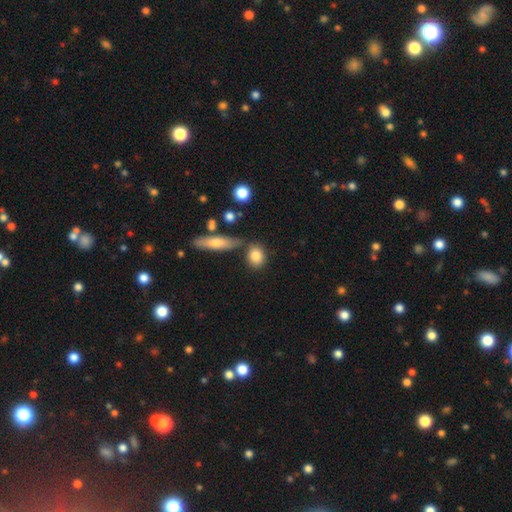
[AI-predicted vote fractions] Smooth or featured? smooth (83%)
How rounded? round (51%)
Merging? none (69%)